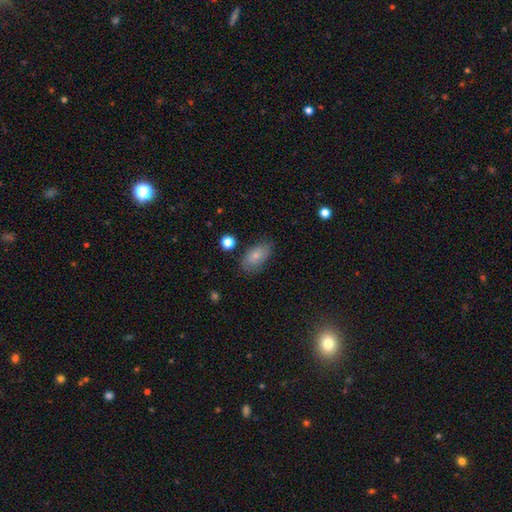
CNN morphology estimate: Smooth or featured: smooth — 80% (featured or disk — 13%)
How rounded: in between — 91% (round — 5%)
Merging: none — 78% (minor disturbance — 16%)